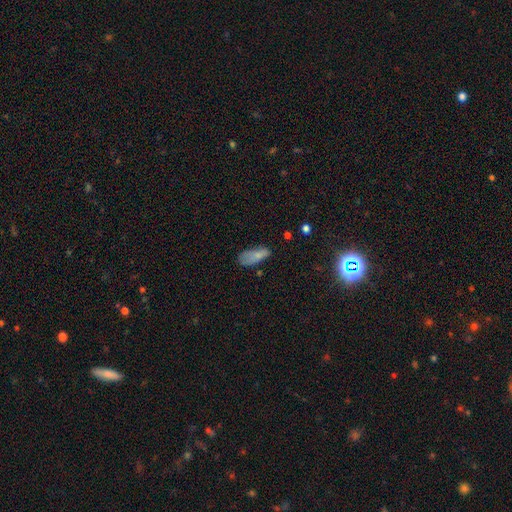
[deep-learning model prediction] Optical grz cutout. It shows a smooth galaxy with no disk features (75%) that is in between round and cigar-shaped (82%). Merging: none (44%).